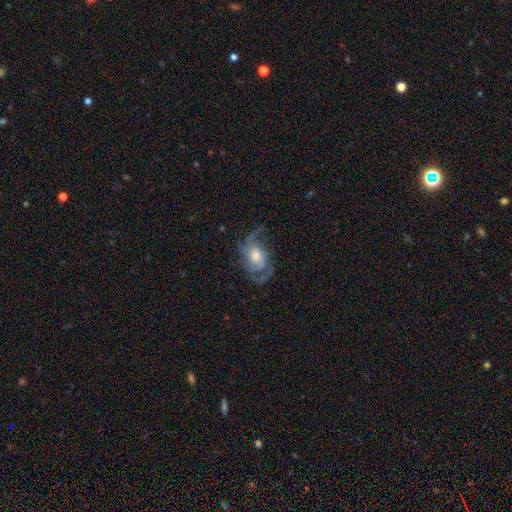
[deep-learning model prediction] This appears to be a featured or disk galaxy (83%) with no bar (66%), 2 (55%) medium (47%) spiral arms (94%) and a moderate central bulge (58%). Merging: none (63%).